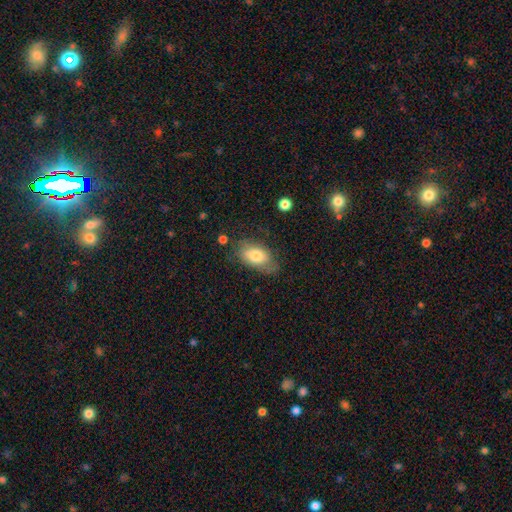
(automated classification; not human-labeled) A smooth galaxy with no disk features (75%) that is in between round and cigar-shaped (92%). Merging: none (61%).